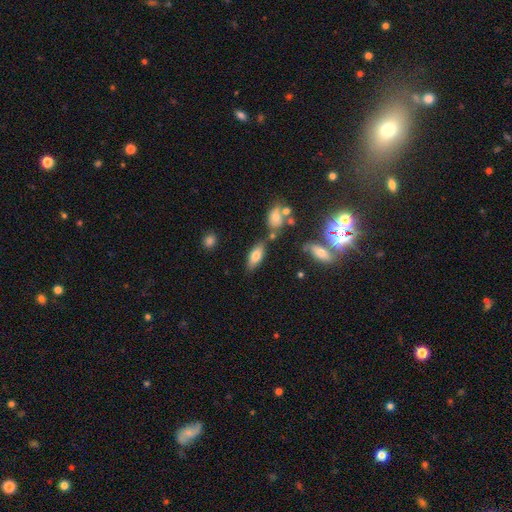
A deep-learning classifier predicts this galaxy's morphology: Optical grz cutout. It shows a smooth galaxy with no disk features (72%) that is in between round and cigar-shaped (78%). Merging: none (71%).